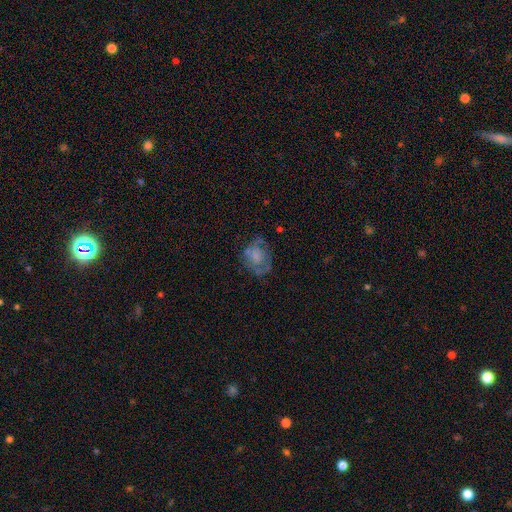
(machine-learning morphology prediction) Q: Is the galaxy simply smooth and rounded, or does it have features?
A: featured or disk — 47%.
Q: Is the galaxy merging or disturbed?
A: none — 50%.